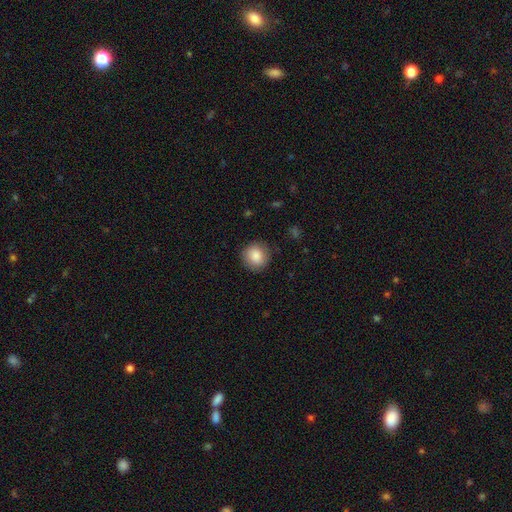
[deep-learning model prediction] Overall: smooth (87%). How rounded: round (90%). Merging: none (87%).